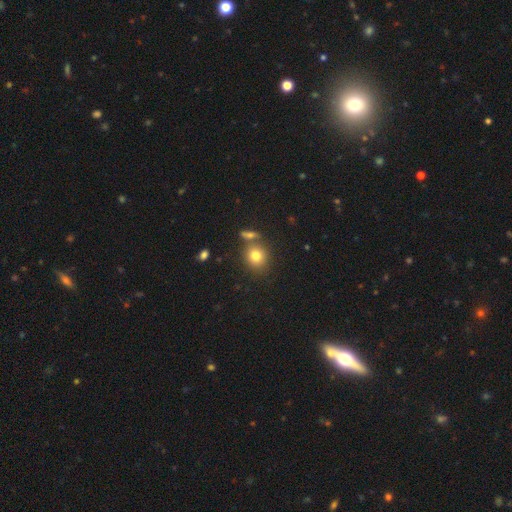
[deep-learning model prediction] smooth 78%, star or artifact 12%, featured or disk 10%. Down the decision tree: how rounded — round (82%); merging — none (69%).